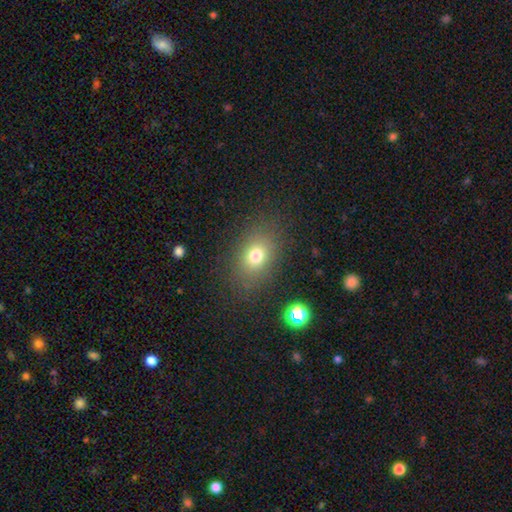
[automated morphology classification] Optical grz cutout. It shows a smooth galaxy with no disk features (74%) that is in between round and cigar-shaped (64%). Merging: none (82%).